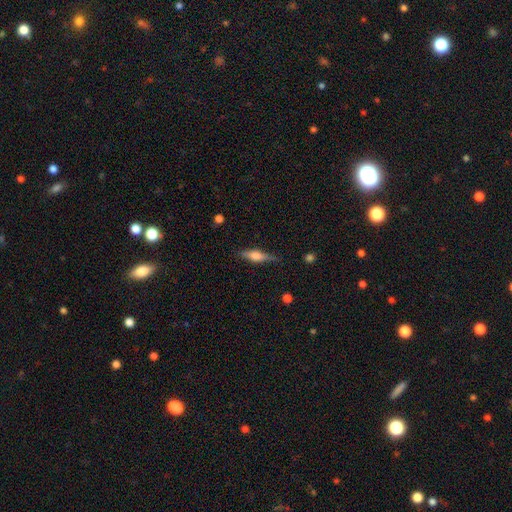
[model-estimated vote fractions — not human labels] Smooth or featured: featured or disk — 57% (smooth — 36%)
Edge-on disk: yes — 96% (no — 4%)
Edge-on bulge: rounded — 86% (boxy — 10%)
Merging: none — 82% (minor disturbance — 14%)